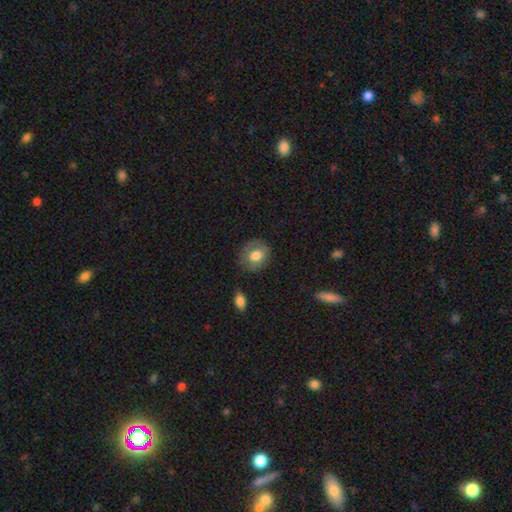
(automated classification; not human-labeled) smooth-or-featured: smooth: 71% | featured or disk: 21% | star or artifact: 7%
  how-rounded: round: 68% | in between: 31% | cigar-shaped: 1%
  merging: none: 72% | minor disturbance: 19% | major disturbance: 6% | merger: 2%